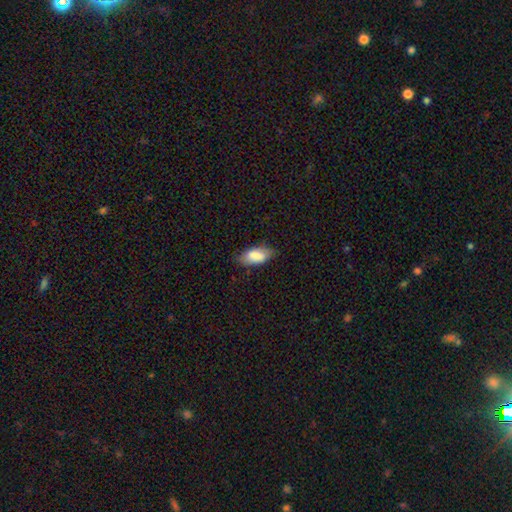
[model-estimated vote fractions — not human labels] smooth-or-featured: smooth: 83% | featured or disk: 11% | star or artifact: 7%
  how-rounded: in between: 89% | cigar-shaped: 9% | round: 3%
  merging: none: 73% | minor disturbance: 21% | major disturbance: 4% | merger: 1%